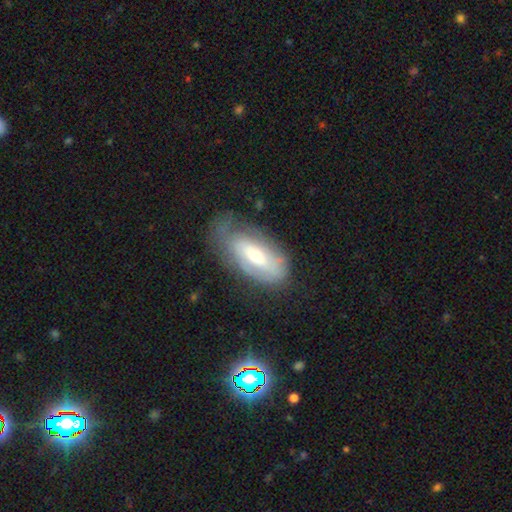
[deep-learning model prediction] A featured or disk galaxy (55%).

Vote fractions:
- Smooth or featured? featured or disk: 55% / smooth: 39% / star or artifact: 7%
- Edge-on disk? no: 86% / yes: 14%
- Merging? none: 49% / minor disturbance: 30% / major disturbance: 19% / merger: 2%